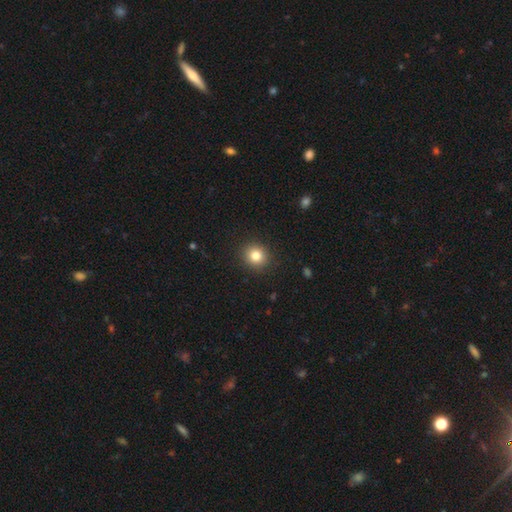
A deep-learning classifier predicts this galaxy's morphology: Smooth or featured? Predicted: smooth (p=0.82). How rounded? Predicted: round (p=0.86). Merging? Predicted: none (p=0.91).